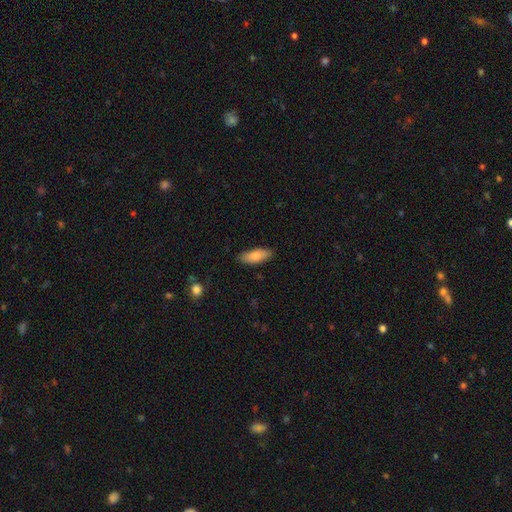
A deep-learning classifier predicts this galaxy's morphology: smooth 80%, featured or disk 14%, star or artifact 6%. Down the decision tree: how rounded — in between (71%); merging — none (84%).